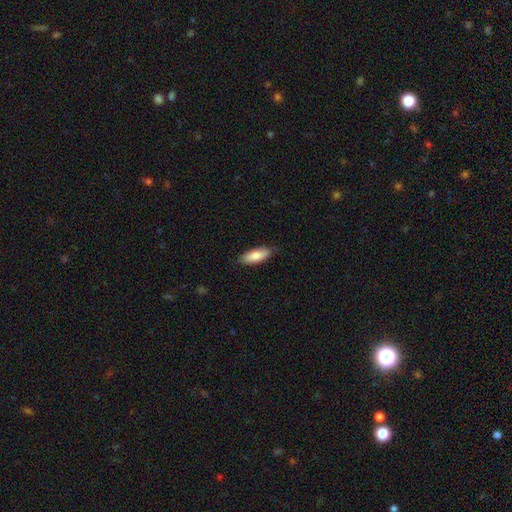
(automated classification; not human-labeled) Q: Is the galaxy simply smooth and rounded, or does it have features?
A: smooth — 83%.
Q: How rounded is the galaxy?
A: in between — 66%.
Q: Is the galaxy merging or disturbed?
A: none — 84%.